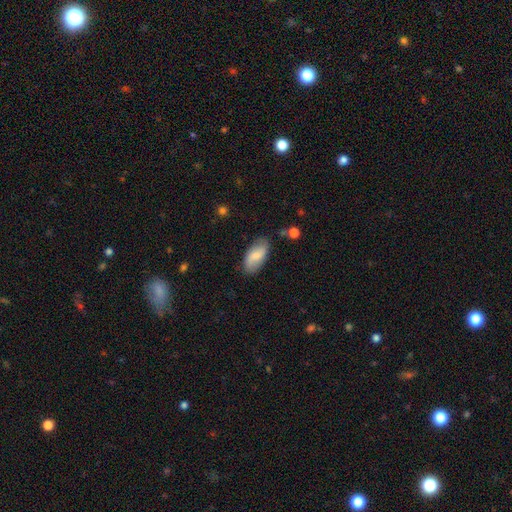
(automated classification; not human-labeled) smooth_or_featured: smooth (p=0.63) [alt: featured or disk p=0.31]
how_rounded: in between (p=0.92) [alt: cigar-shaped p=0.05]
merging: none (p=0.80) [alt: minor disturbance p=0.15]